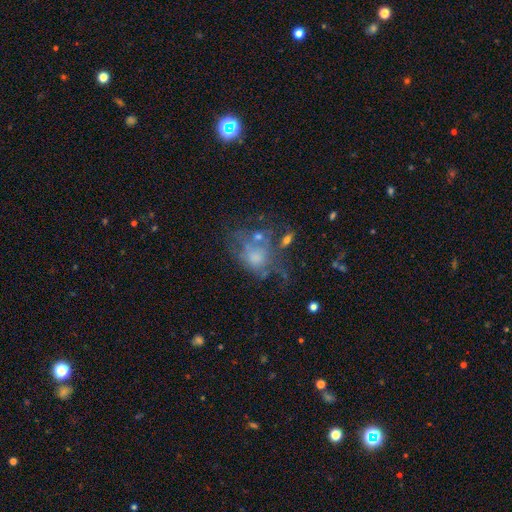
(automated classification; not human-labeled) This appears to be a featured or disk galaxy (49%). Merging: major disturbance (34%).